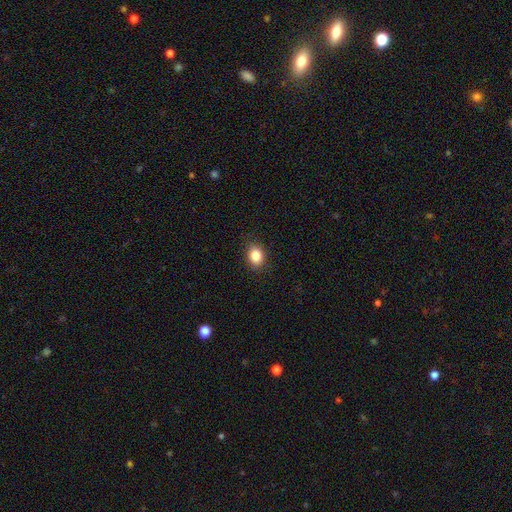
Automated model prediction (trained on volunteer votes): Smooth or featured?
  - smooth: 85% *
  - star or artifact: 10%
  - featured or disk: 5%
How rounded?
  - in between: 63% *
  - round: 36%
  - cigar-shaped: 1%
Merging?
  - none: 87% *
  - minor disturbance: 10%
  - major disturbance: 2%
  - merger: 1%